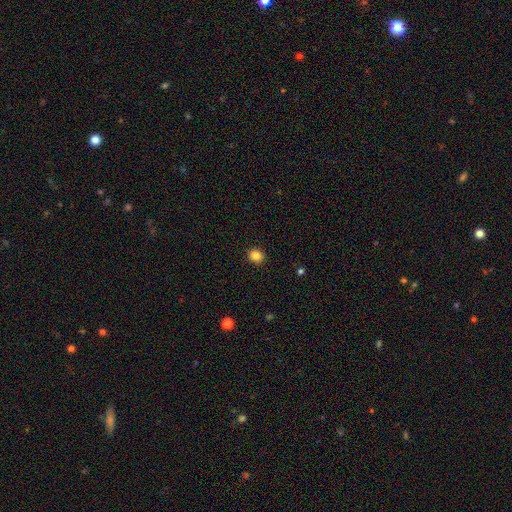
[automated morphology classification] smooth-or-featured: smooth: 85% | star or artifact: 11% | featured or disk: 4%
  how-rounded: round: 75% | in between: 24% | cigar-shaped: 1%
  merging: none: 92% | minor disturbance: 5% | major disturbance: 2% | merger: 1%